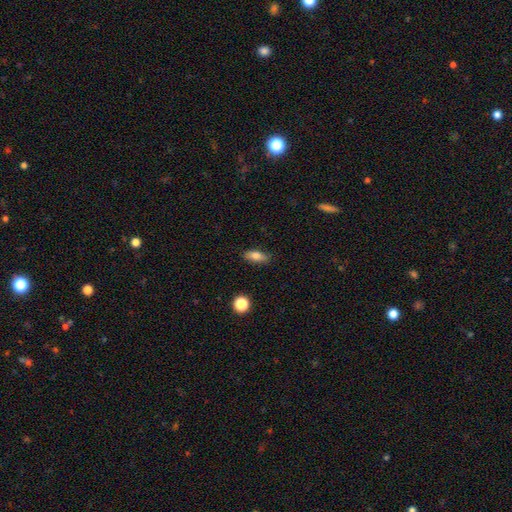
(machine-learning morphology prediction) Overall: smooth (79%). How rounded: in between (76%). Merging: none (84%).